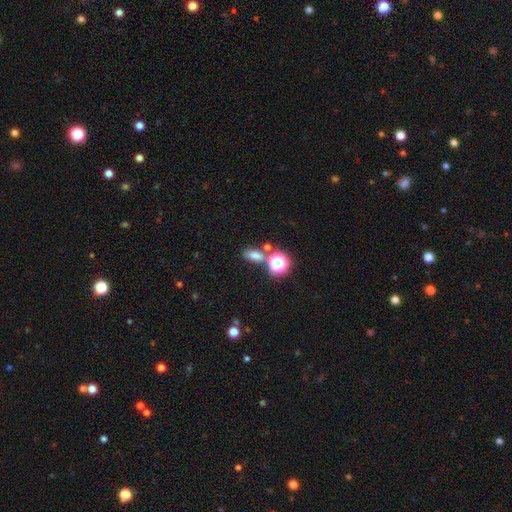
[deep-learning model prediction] This is likely a smooth galaxy (69%). How rounded: likely in between (75%). Merging: likely none (65%).